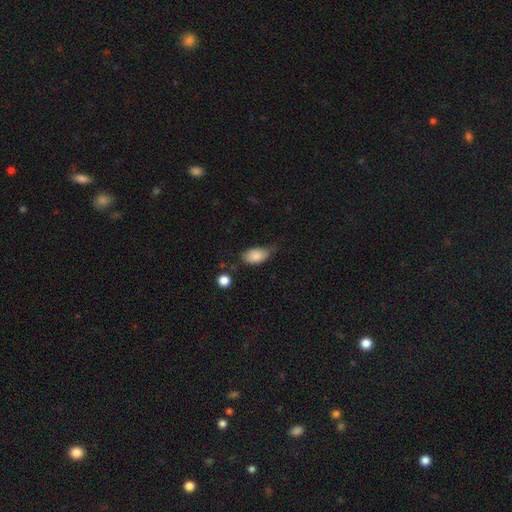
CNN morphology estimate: Smooth or featured? Predicted: smooth (p=0.83). How rounded? Predicted: in between (p=0.91). Merging? Predicted: none (p=0.44).